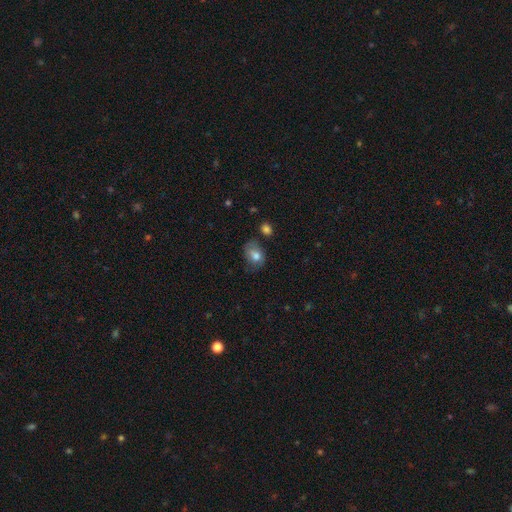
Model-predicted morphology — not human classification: A smooth galaxy with no disk features (73%) that is in between round and cigar-shaped (69%). Merging: none (51%).